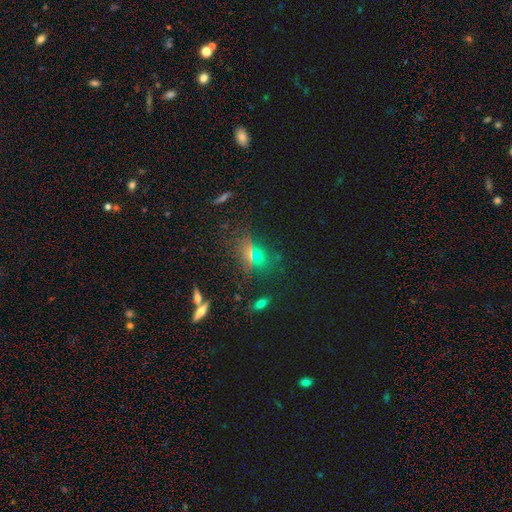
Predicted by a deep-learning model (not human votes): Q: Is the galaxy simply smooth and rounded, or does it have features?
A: smooth — 46%.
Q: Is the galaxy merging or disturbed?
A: none — 71%.